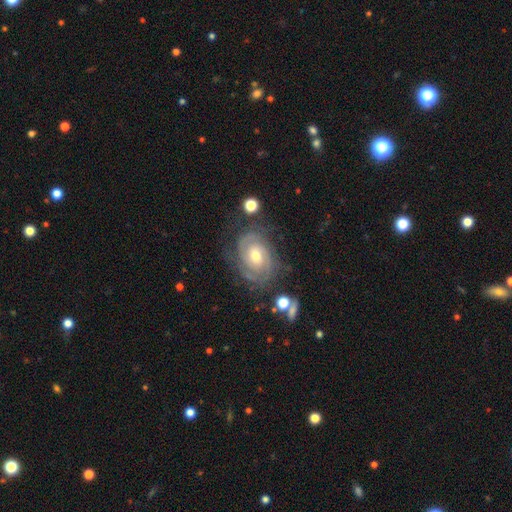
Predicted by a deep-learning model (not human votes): Overall: featured or disk (86%). Edge-on disk: no (97%). Bar: no (56%; weak 36%). Spiral arms: yes (96%). Spiral arm count: 2 (31%; can't tell 28%). Spiral winding: tight (71%). Bulge size: moderate (64%; small 31%). Merging: none (70%).